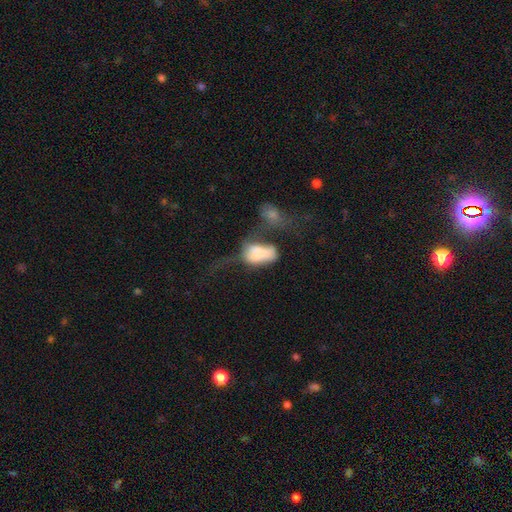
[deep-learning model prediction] This is likely a smooth galaxy (61%). How rounded: clearly in between (87%). Merging: possibly merger (54%).